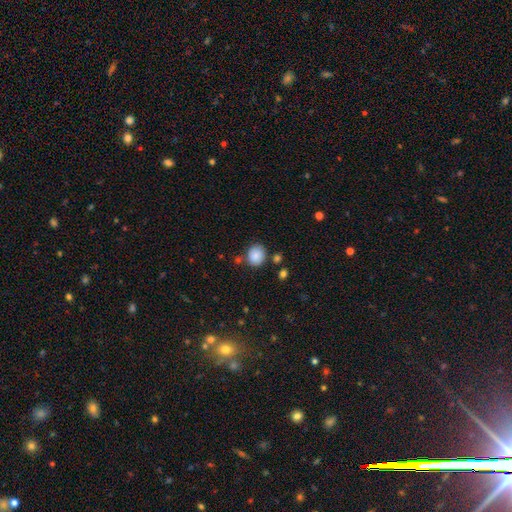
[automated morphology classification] This appears to be a smooth galaxy with no disk features (86%) that is round (72%). Merging: none (75%).